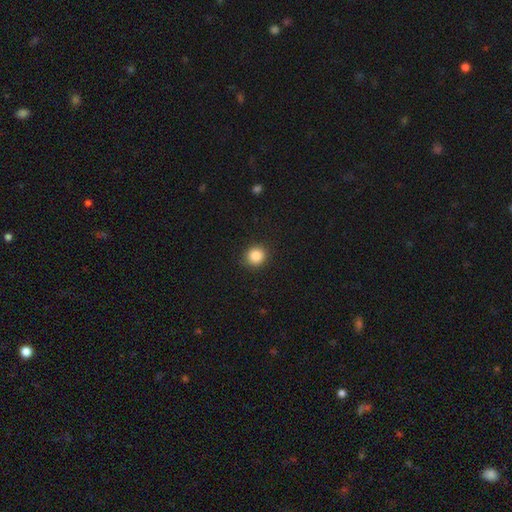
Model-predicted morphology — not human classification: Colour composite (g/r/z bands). It shows a smooth galaxy with no disk features (86%) that is round (89%). Merging: none (90%).